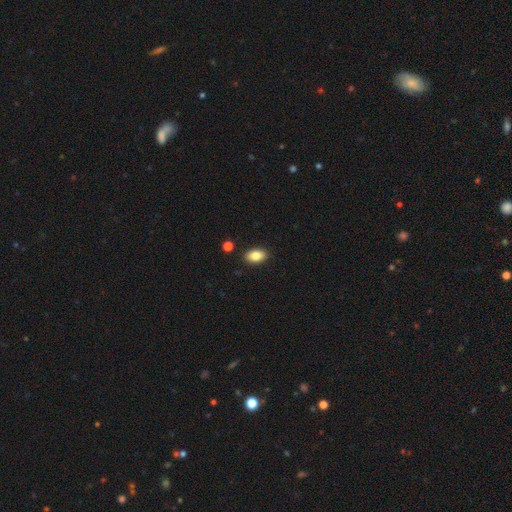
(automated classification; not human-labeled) Smooth or featured? Predicted: smooth (p=0.85). How rounded? Predicted: in between (p=0.91). Merging? Predicted: none (p=0.88).